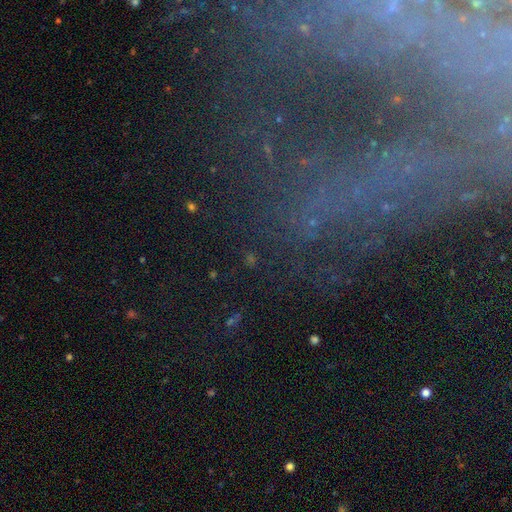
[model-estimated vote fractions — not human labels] This is marginally a featured or disk galaxy (43%). Merging: likely none (65%).